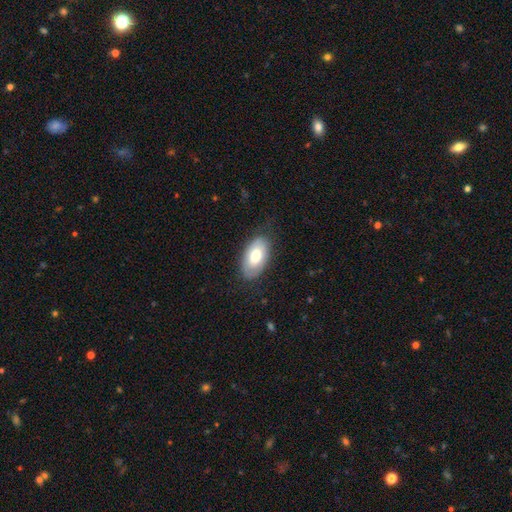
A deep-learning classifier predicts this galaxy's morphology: type=smooth (69%); roundness=in between (94%); merging=none (77%).